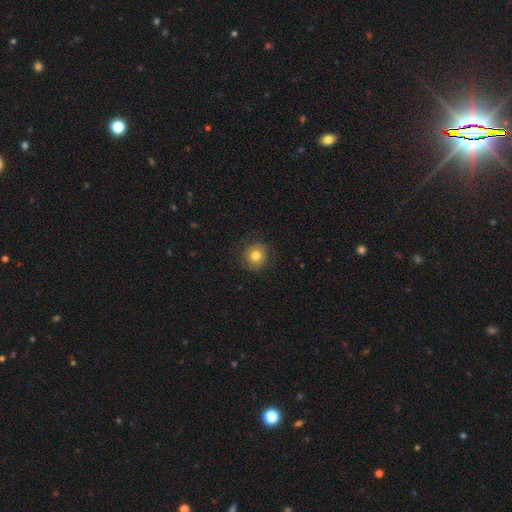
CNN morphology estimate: This appears to be a smooth galaxy with no disk features (77%) that is round (89%). Merging: none (86%).